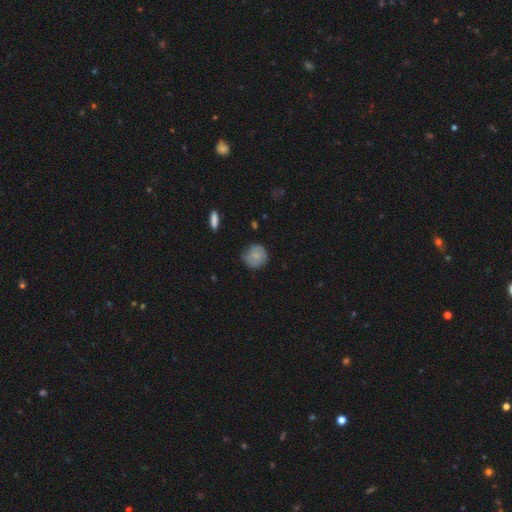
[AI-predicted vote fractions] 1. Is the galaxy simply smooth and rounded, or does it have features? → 76% smooth, 17% featured or disk, 8% star or artifact.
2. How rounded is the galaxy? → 89% round, 10% in between, 1% cigar-shaped.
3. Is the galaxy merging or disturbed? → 70% none, 24% minor disturbance, 5% major disturbance, 1% merger.